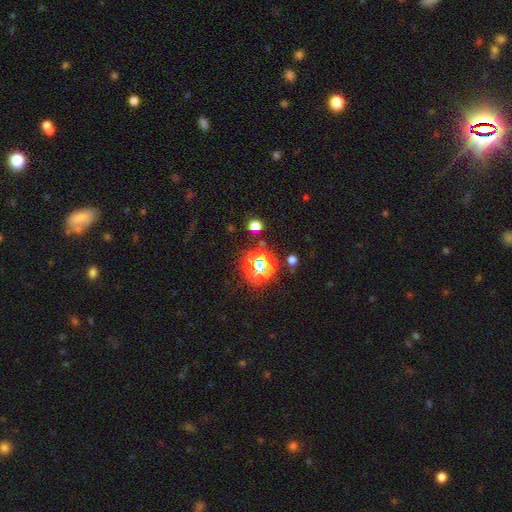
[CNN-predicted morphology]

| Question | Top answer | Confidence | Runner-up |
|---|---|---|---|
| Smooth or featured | star or artifact | 74% | smooth (19%) |